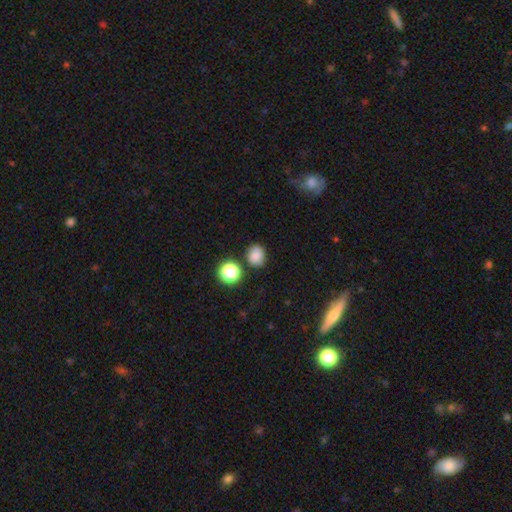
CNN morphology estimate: smooth-or-featured: smooth: 79% | star or artifact: 14% | featured or disk: 7%
  how-rounded: round: 67% | in between: 32% | cigar-shaped: 1%
  merging: none: 77% | minor disturbance: 14% | merger: 6% | major disturbance: 4%